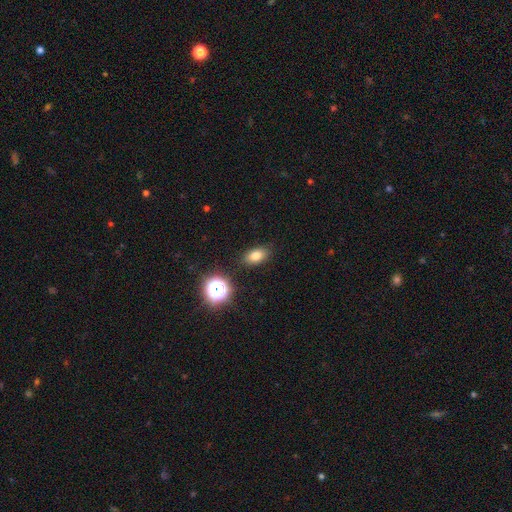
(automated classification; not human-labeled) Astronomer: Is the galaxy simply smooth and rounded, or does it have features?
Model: smooth — 78%.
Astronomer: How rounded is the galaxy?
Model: in between — 84%.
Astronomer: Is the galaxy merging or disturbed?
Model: none — 86%.